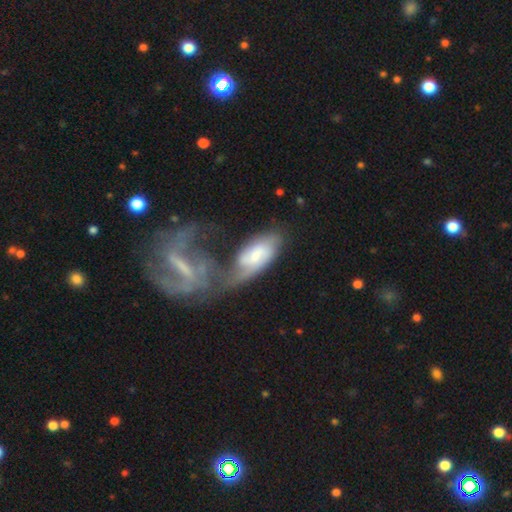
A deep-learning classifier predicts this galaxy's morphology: type=featured or disk (54%); edge-on=no (90%); merging=merger (48%).